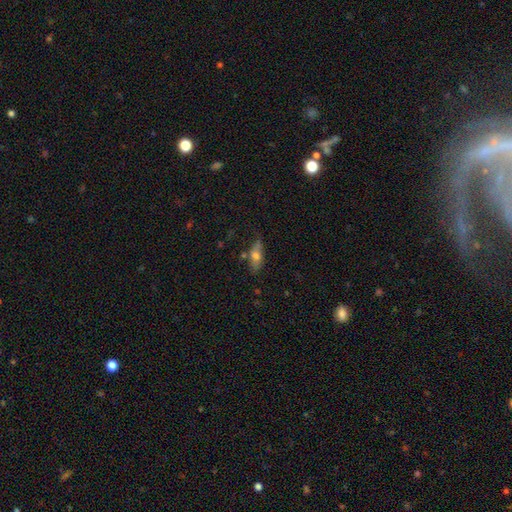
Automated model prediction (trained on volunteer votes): The model was most divided on "smooth or featured": smooth: 60%, featured or disk: 32%, star or artifact: 8%. More confident: merging — none (66%); how rounded — in between (66%).